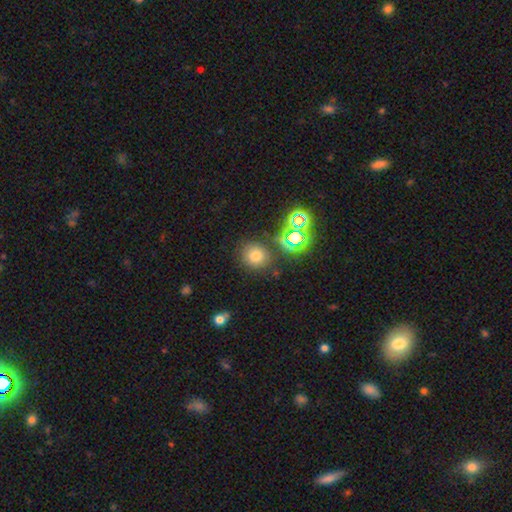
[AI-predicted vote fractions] The model was most divided on "smooth or featured": smooth: 69%, star or artifact: 23%, featured or disk: 9%. More confident: how rounded — round (85%); merging — none (83%).